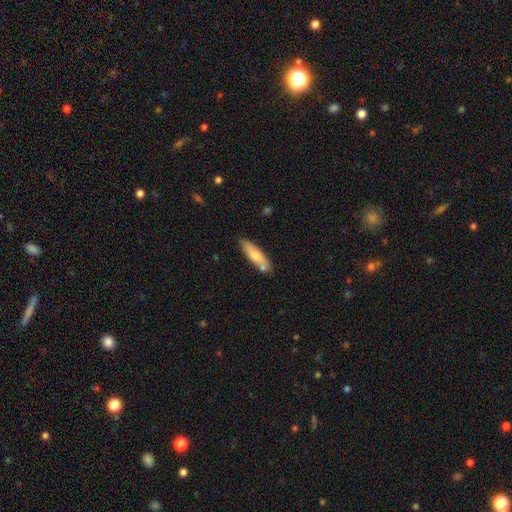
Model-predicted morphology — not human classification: smooth-or-featured: smooth: 73% | featured or disk: 21% | star or artifact: 6%
  how-rounded: cigar-shaped: 67% | in between: 32% | round: 2%
  merging: none: 70% | minor disturbance: 16% | merger: 11% | major disturbance: 3%